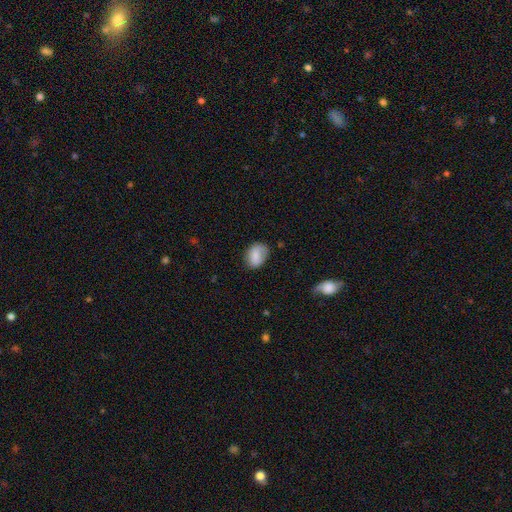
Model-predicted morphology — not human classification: Smooth or featured? Predicted: smooth (p=0.78). How rounded? Predicted: in between (p=0.70). Merging? Predicted: none (p=0.67).